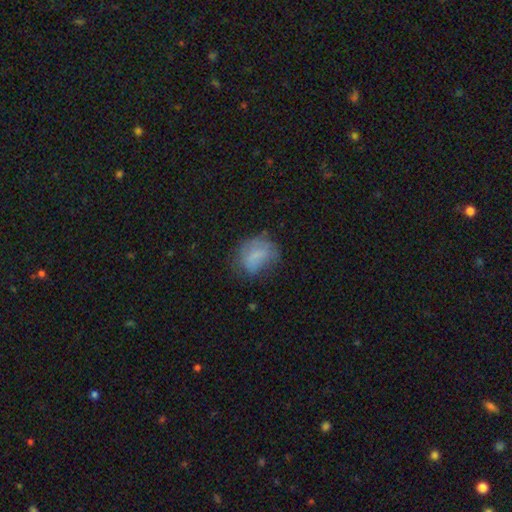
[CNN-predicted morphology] This appears to be a smooth galaxy with no disk features (67%) that is in between round and cigar-shaped (58%). Merging: none (49%).